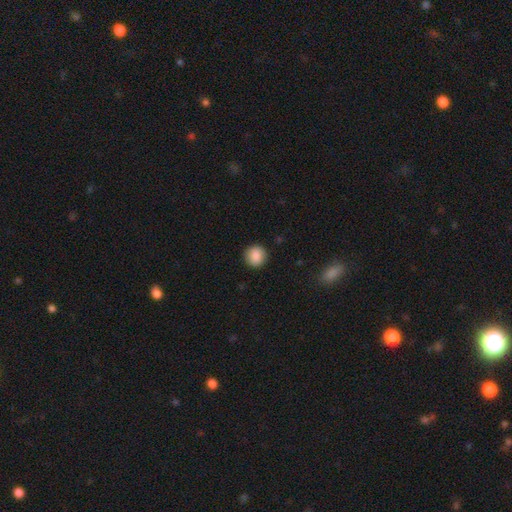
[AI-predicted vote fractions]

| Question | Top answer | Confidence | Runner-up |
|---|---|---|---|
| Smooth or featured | smooth | 87% | star or artifact (8%) |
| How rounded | round | 93% | in between (6%) |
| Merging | none | 91% | minor disturbance (6%) |